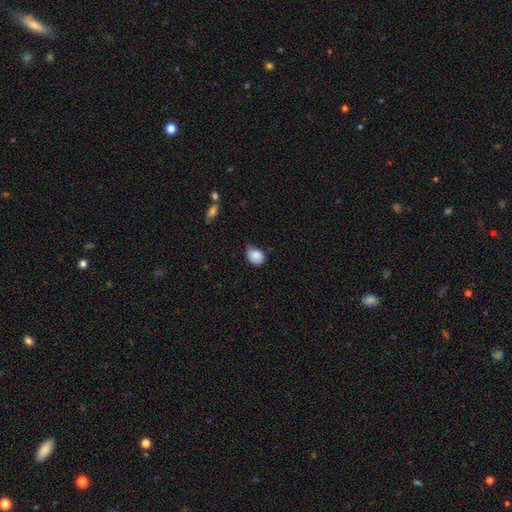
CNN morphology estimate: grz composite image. It shows a smooth galaxy with no disk features (86%) that is in between round and cigar-shaped (57%). Merging: none (45%, tied with minor disturbance).